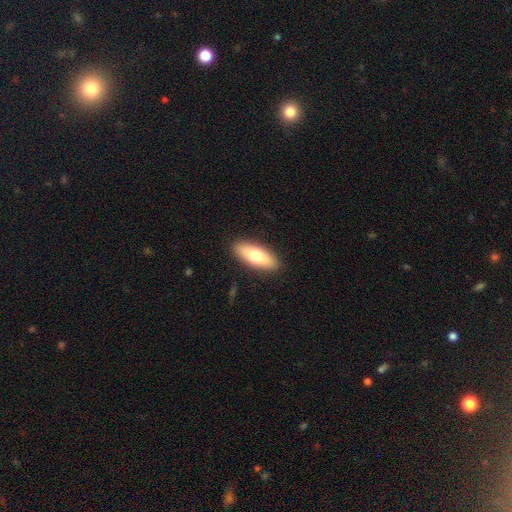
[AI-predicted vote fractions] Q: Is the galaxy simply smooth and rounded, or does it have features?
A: smooth — 70%.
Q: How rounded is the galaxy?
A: in between — 74%.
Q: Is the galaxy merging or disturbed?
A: none — 89%.